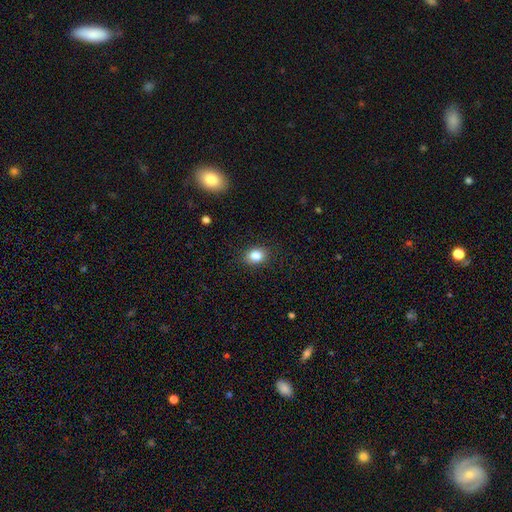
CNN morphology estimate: Q: Smooth or featured?
A: smooth (83%); runner-up: star or artifact (10%)
Q: How rounded?
A: in between (51%); runner-up: round (48%)
Q: Merging?
A: none (88%); runner-up: minor disturbance (8%)